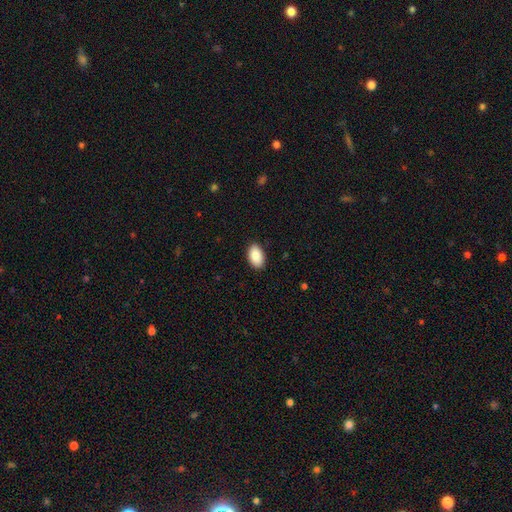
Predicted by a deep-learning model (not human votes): Q: Smooth or featured?
A: smooth (89%); runner-up: star or artifact (6%)
Q: How rounded?
A: in between (95%); runner-up: round (4%)
Q: Merging?
A: none (88%); runner-up: minor disturbance (9%)